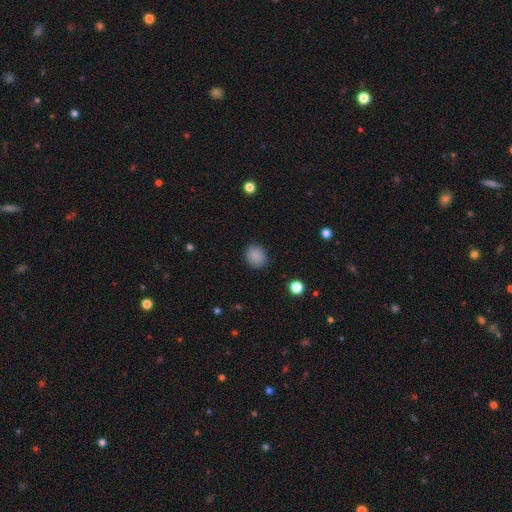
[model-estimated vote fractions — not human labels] This is clearly a smooth galaxy (86%). How rounded: likely round (66%). Merging: clearly none (84%).